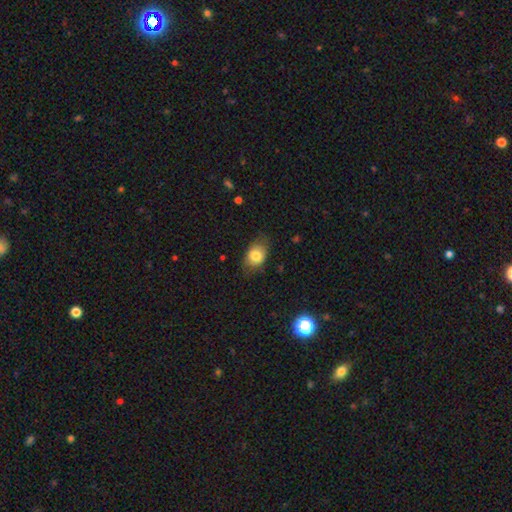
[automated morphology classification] A smooth galaxy with no disk features (80%) that is in between round and cigar-shaped (69%). Merging: none (72%).